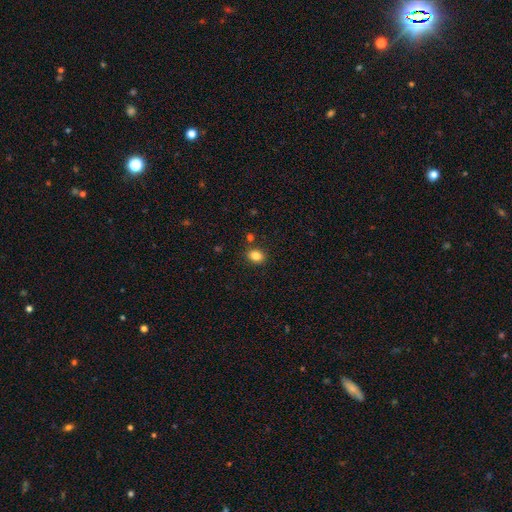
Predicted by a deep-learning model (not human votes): Morphology: type=smooth (84%); roundness=in between (57%); merging=none (84%).